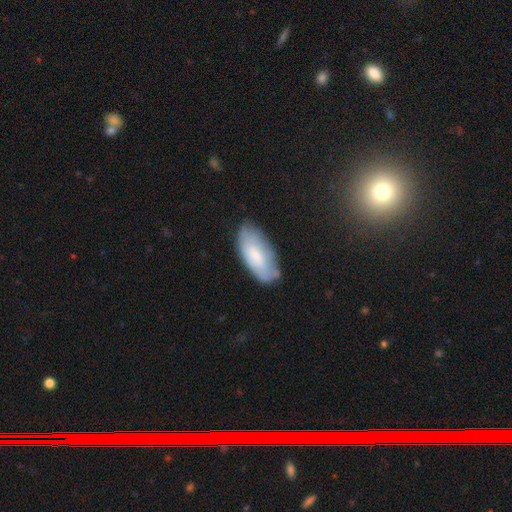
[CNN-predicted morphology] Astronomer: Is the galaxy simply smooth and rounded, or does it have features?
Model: smooth — 68%.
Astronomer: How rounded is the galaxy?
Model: in between — 89%.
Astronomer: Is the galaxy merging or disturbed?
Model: none — 69%.